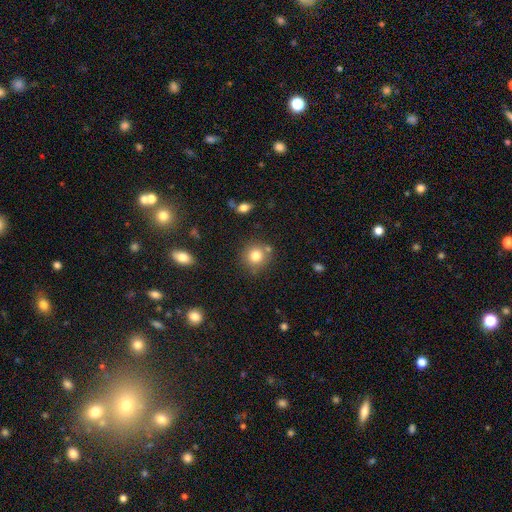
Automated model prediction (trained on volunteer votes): This appears to be a smooth galaxy with no disk features (80%) that is round (90%). Merging: none (76%).